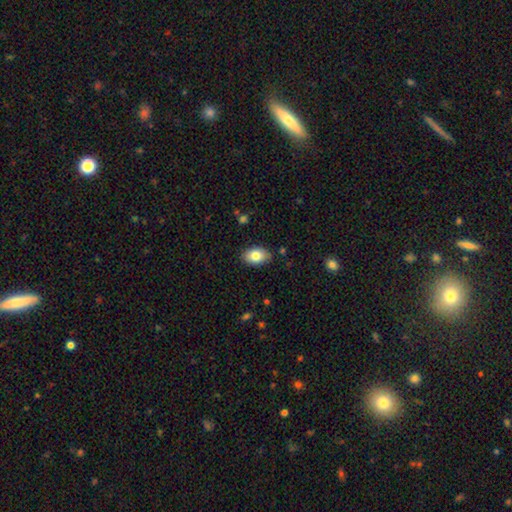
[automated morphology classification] smooth_or_featured: smooth (p=0.81) [alt: featured or disk p=0.11]
how_rounded: in between (p=0.89) [alt: round p=0.09]
merging: none (p=0.85) [alt: minor disturbance p=0.11]